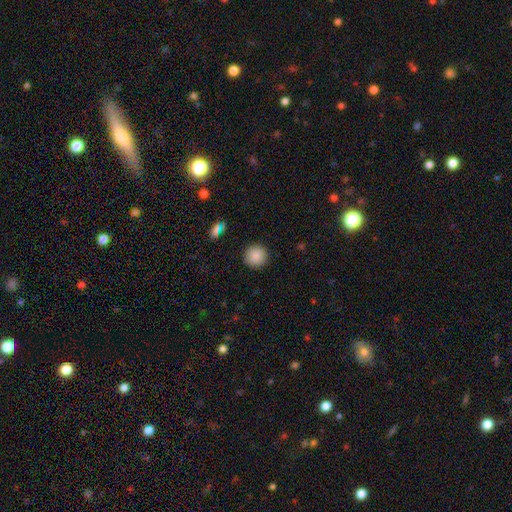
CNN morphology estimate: smooth 87%, star or artifact 9%, featured or disk 4%. Down the decision tree: how rounded — round (94%); merging — none (92%).